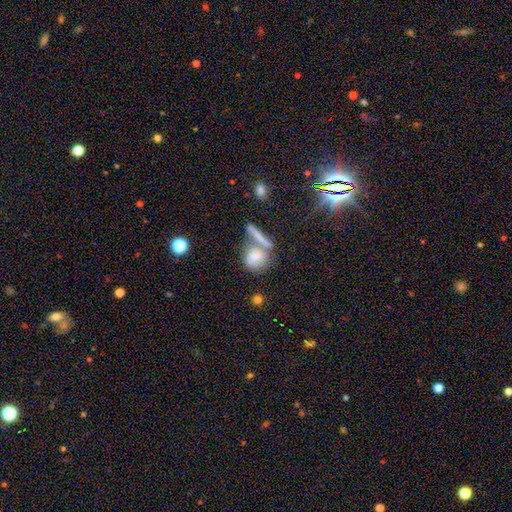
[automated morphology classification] This is likely a smooth galaxy (70%). How rounded: likely round (61%). Merging: marginally none (41%).